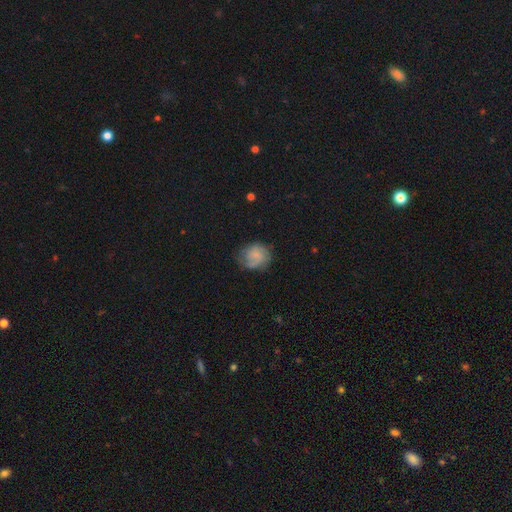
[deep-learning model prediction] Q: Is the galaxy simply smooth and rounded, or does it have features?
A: smooth — 51%.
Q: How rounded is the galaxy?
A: round — 70%.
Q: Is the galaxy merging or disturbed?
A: none — 62%.